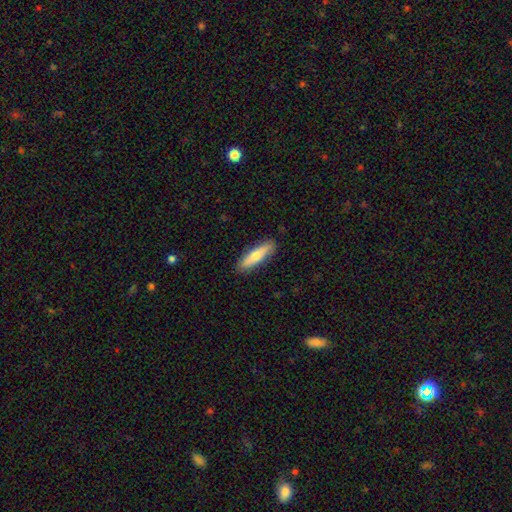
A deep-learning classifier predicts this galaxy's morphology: Overall: smooth (68%). How rounded: cigar-shaped (64%; in between 34%). Merging: none (88%).